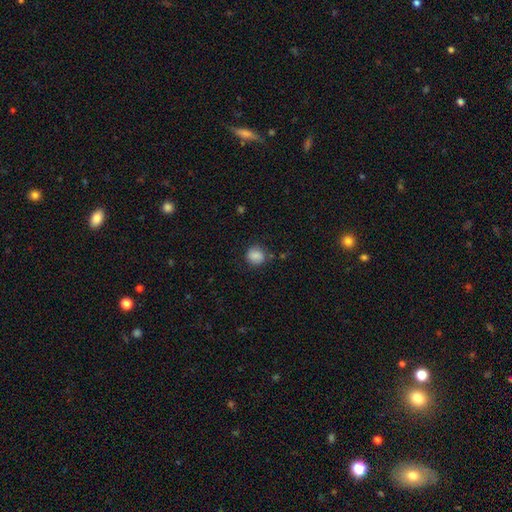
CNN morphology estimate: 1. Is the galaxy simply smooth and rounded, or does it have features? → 84% smooth, 9% star or artifact, 7% featured or disk.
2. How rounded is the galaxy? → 84% round, 15% in between, 1% cigar-shaped.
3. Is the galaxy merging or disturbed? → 77% none, 16% minor disturbance, 5% major disturbance, 3% merger.